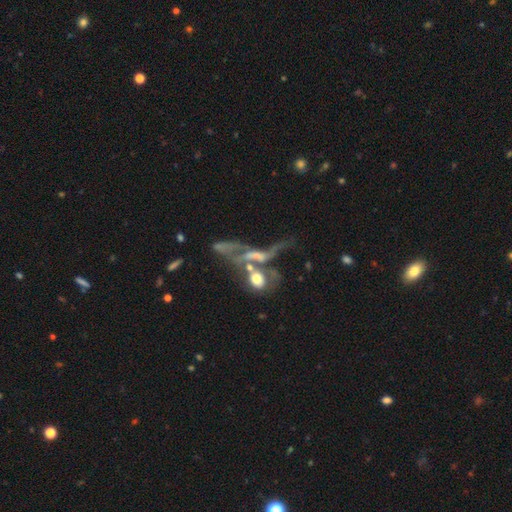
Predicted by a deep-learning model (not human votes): Smooth or featured: featured or disk — 55% (smooth — 27%)
Edge-on disk: no — 77% (yes — 23%)
Merging: merger — 44% (major disturbance — 25%)